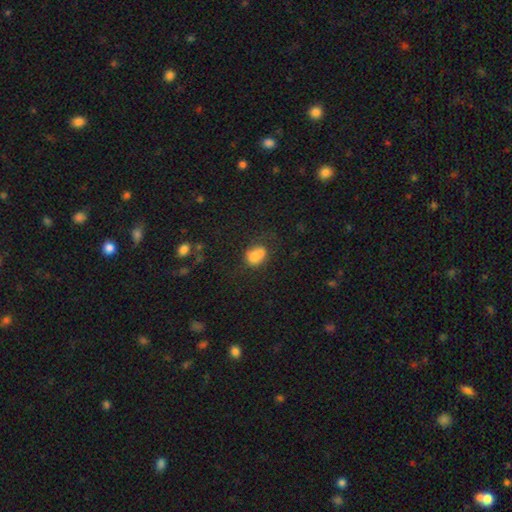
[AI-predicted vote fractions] A smooth galaxy with no disk features (77%) that is in between round and cigar-shaped (66%).

Vote fractions:
- Smooth or featured? smooth: 77% / featured or disk: 12% / star or artifact: 11%
- How rounded? in between: 66% / round: 32% / cigar-shaped: 2%
- Merging? none: 49% / minor disturbance: 23% / merger: 16% / major disturbance: 12%